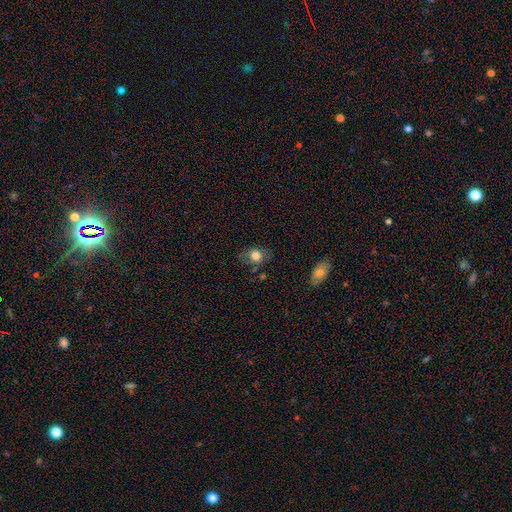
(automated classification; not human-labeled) Smooth or featured? Predicted: smooth (p=0.77). How rounded? Predicted: round (p=0.56). Merging? Predicted: none (p=0.65).